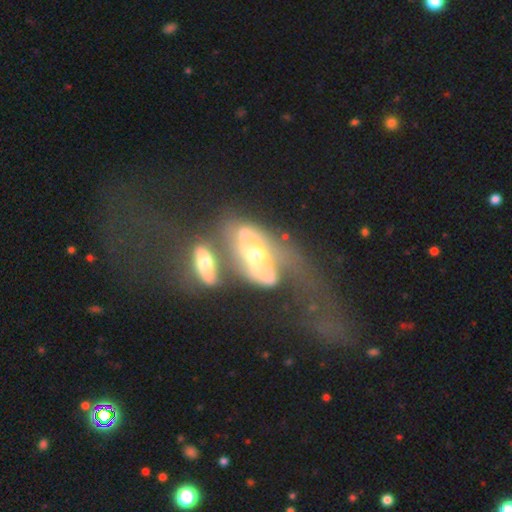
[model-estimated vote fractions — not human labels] Overall: featured or disk (64%; smooth 28%). Edge-on disk: no (80%). Bar: no (49%; weak 28%). Spiral arms: yes (57%; no 43%). Bulge size: moderate (64%). Merging: merger (49%; major disturbance 28%).